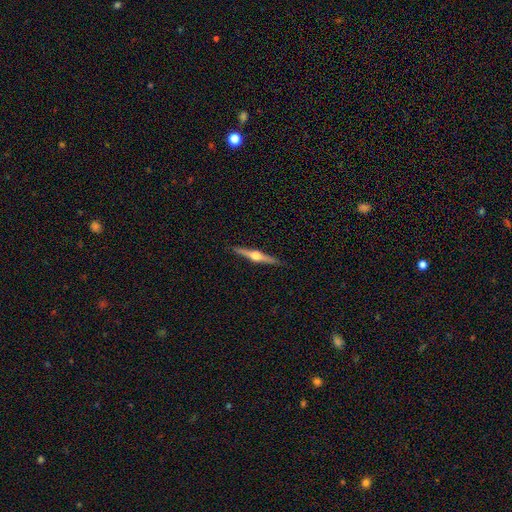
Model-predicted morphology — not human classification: The model was most divided on "smooth or featured": featured or disk: 79%, smooth: 16%, star or artifact: 5%. More confident: edge-on disk — yes (98%); edge-on bulge — rounded (95%); merging — none (91%).